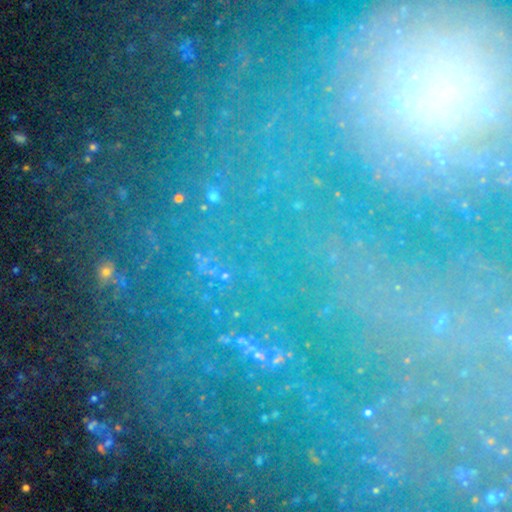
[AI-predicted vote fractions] The model was most divided on "smooth or featured": star or artifact: 81%, smooth: 10%, featured or disk: 9%.